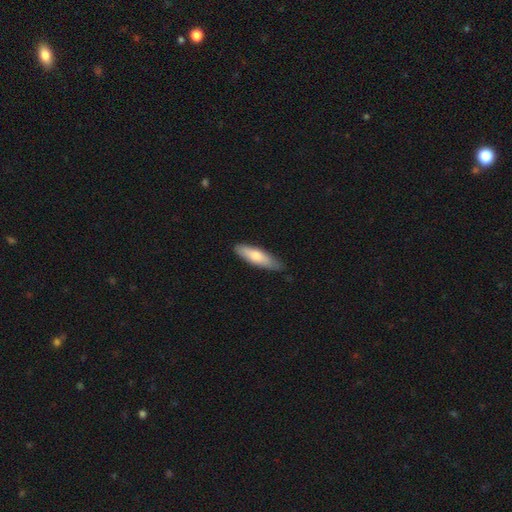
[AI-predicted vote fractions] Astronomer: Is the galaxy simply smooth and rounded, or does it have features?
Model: smooth — 72%.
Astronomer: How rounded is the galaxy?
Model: cigar-shaped — 55% (runner-up: in between, 43%).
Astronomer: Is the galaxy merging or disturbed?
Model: none — 79%.